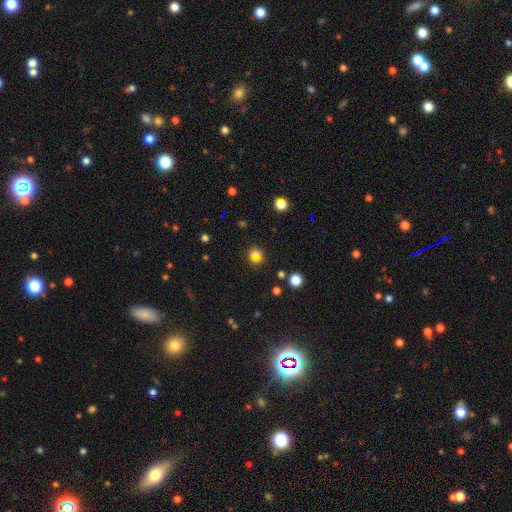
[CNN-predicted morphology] Q: Smooth or featured?
A: smooth (61%); runner-up: star or artifact (29%)
Q: How rounded?
A: round (74%); runner-up: in between (24%)
Q: Merging?
A: none (70%); runner-up: minor disturbance (13%)